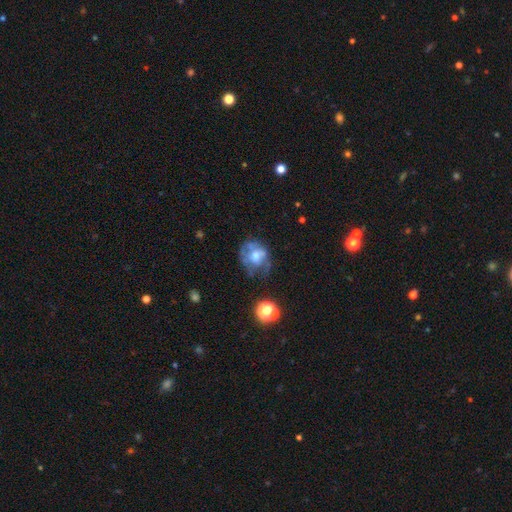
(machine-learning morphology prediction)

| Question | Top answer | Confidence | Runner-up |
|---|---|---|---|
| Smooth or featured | featured or disk | 47% | smooth (40%) |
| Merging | none | 40% | major disturbance (29%) |